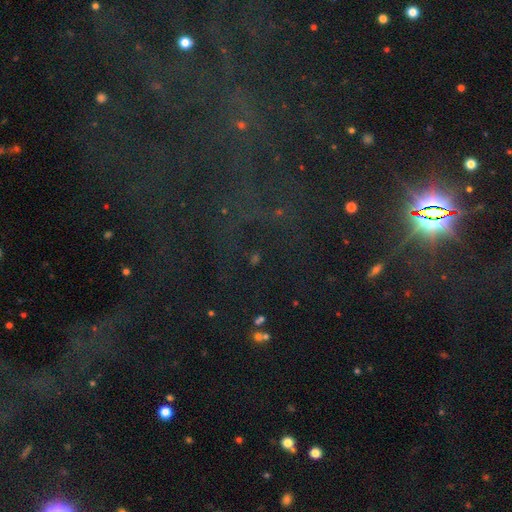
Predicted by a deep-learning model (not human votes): This appears to be a star or artifact, not a galaxy (79%).